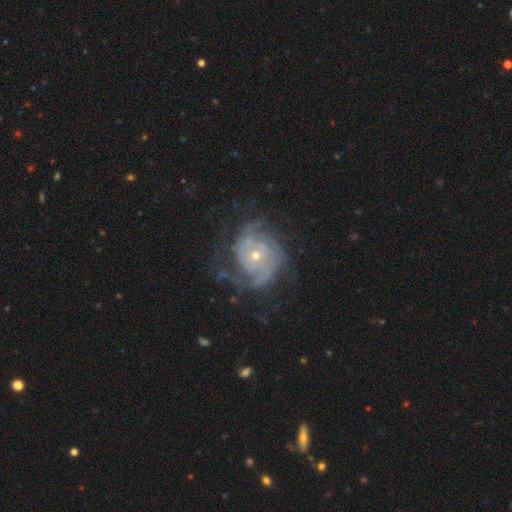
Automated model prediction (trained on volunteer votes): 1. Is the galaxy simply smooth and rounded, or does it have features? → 86% featured or disk, 7% smooth, 7% star or artifact.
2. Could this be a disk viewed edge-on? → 97% no, 3% yes.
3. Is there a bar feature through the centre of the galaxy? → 77% no, 18% weak, 5% strong.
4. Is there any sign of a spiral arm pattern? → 94% yes, 6% no.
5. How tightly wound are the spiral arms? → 58% tight, 32% medium, 10% loose.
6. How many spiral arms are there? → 30% can't tell, 25% 2, 20% 3, 12% 4, 7% more than 4, 6% 1.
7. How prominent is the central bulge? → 66% small, 31% moderate, 2% large, 1% none, 1% dominant.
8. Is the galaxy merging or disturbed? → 62% none, 19% minor disturbance, 17% major disturbance, 2% merger.